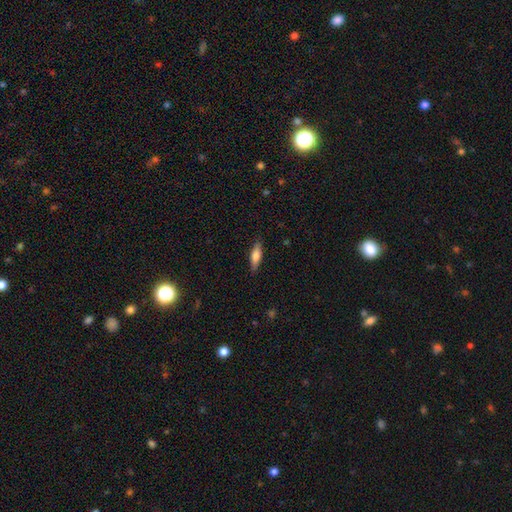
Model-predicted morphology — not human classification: Smooth or featured? Predicted: smooth (p=0.68). How rounded? Predicted: cigar-shaped (p=0.55). Merging? Predicted: none (p=0.87).